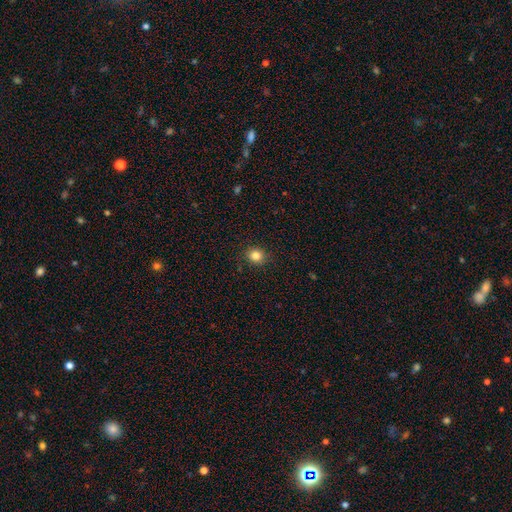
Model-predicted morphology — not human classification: Smooth or featured?
  - smooth: 83% *
  - star or artifact: 12%
  - featured or disk: 5%
How rounded?
  - round: 80% *
  - in between: 19%
  - cigar-shaped: 1%
Merging?
  - none: 90% *
  - minor disturbance: 7%
  - major disturbance: 2%
  - merger: 1%